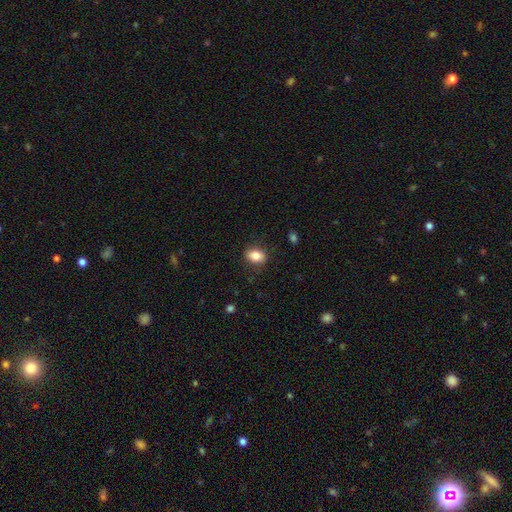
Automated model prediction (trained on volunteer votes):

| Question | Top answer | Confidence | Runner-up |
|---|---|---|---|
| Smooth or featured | smooth | 83% | star or artifact (9%) |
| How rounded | in between | 77% | round (21%) |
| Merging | none | 84% | minor disturbance (12%) |